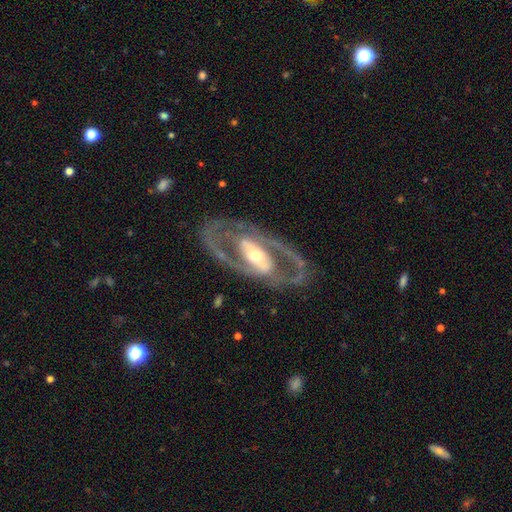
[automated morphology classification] Overall: featured or disk (88%). Edge-on disk: no (93%). Bar: strong (47%; weak 29%). Spiral arms: yes (82%). Spiral arm count: 2 (87%). Spiral winding: medium (51%; tight 29%). Bulge size: moderate (64%). Merging: none (78%).